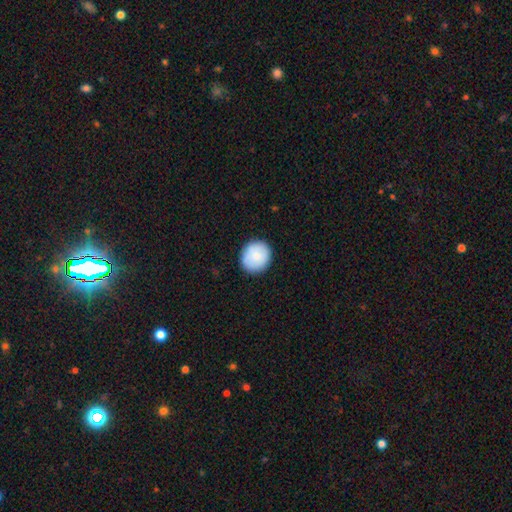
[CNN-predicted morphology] Q: Smooth or featured?
A: smooth (84%); runner-up: featured or disk (10%)
Q: How rounded?
A: round (84%); runner-up: in between (15%)
Q: Merging?
A: none (88%); runner-up: minor disturbance (9%)